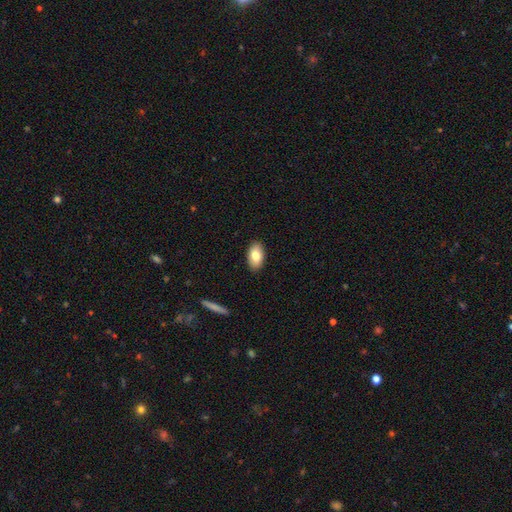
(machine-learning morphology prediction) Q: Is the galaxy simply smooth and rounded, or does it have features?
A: smooth — 80%.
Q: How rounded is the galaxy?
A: in between — 93%.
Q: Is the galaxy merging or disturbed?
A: none — 90%.